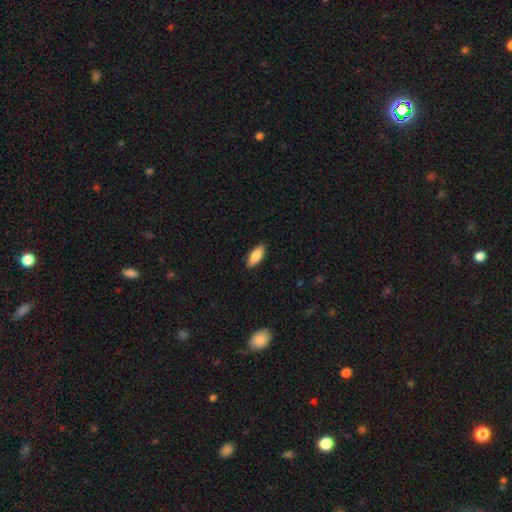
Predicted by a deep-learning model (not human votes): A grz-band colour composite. It shows a smooth galaxy with no disk features (82%) that is in between round and cigar-shaped (76%). Merging: none (87%).